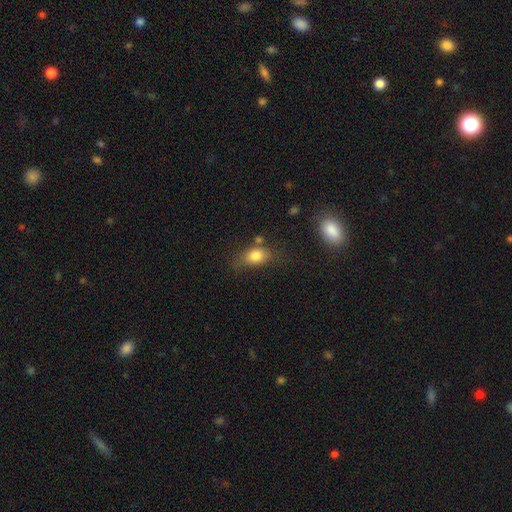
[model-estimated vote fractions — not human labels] smooth-or-featured: smooth: 80% | featured or disk: 10% | star or artifact: 10%
  how-rounded: in between: 75% | round: 22% | cigar-shaped: 3%
  merging: none: 57% | minor disturbance: 25% | major disturbance: 9% | merger: 9%